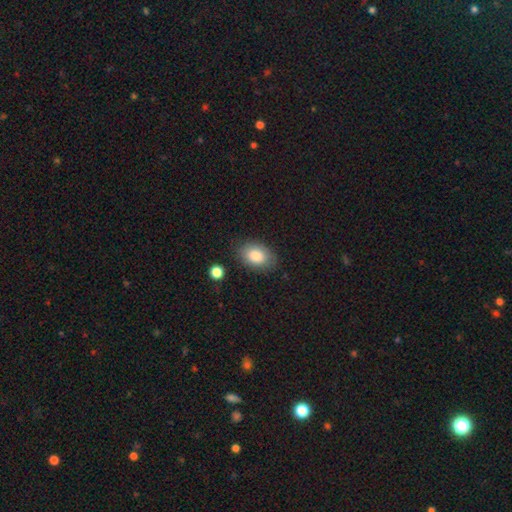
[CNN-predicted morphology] smooth_or_featured: smooth (p=0.84) [alt: featured or disk p=0.09]
how_rounded: in between (p=0.87) [alt: round p=0.12]
merging: none (p=0.81) [alt: minor disturbance p=0.14]